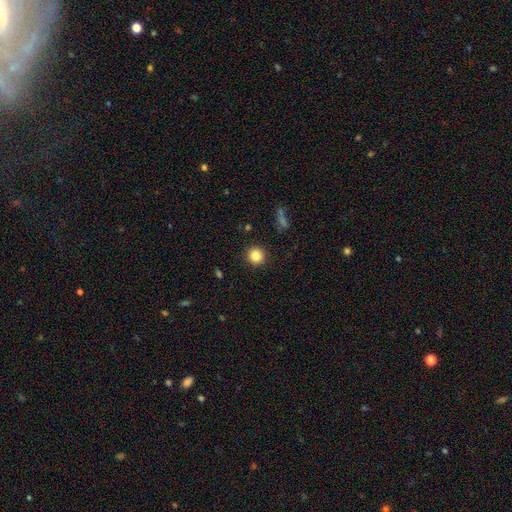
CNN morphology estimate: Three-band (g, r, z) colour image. It shows a smooth galaxy with no disk features (84%) that is round (93%). Merging: none (91%).